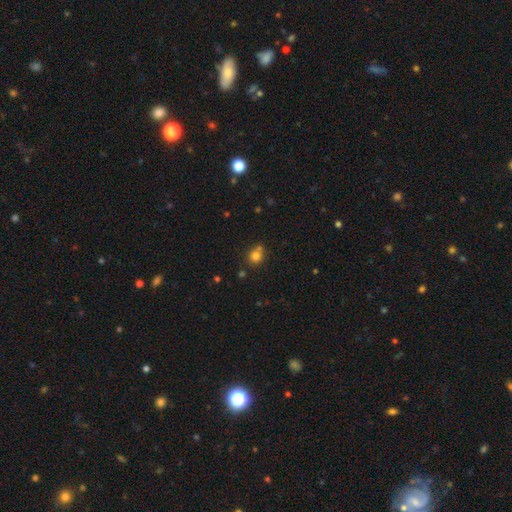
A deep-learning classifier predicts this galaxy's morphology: Overall: smooth (79%). How rounded: round (82%). Merging: none (61%; merger 23%).